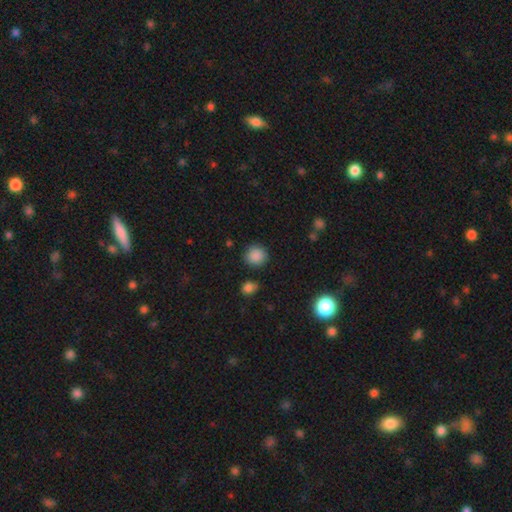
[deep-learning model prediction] A smooth galaxy with no disk features (87%) that is round (90%). Merging: none (86%).